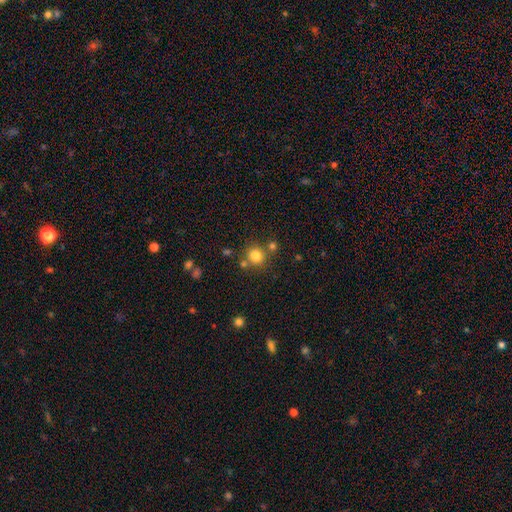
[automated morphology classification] type=smooth (79%); roundness=round (89%); merging=none (72%).